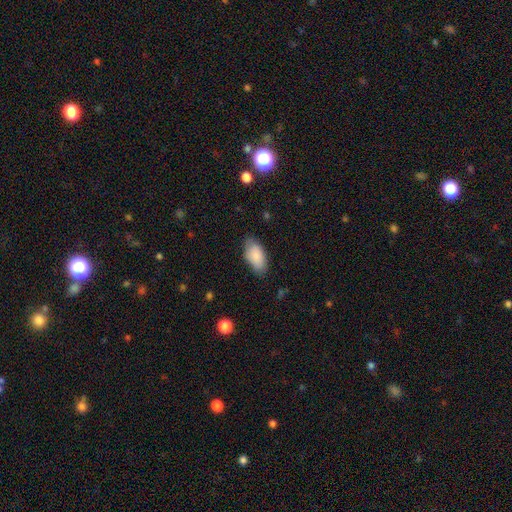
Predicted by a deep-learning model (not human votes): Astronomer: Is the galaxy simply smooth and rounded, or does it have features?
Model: smooth — 87%.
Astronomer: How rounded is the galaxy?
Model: in between — 93%.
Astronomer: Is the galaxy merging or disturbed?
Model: none — 77%.